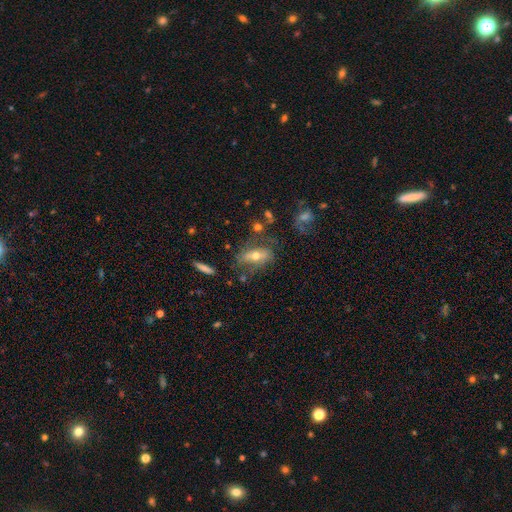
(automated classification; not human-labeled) Overall: featured or disk (46%; smooth 44%). Merging: none (54%; minor disturbance 23%).